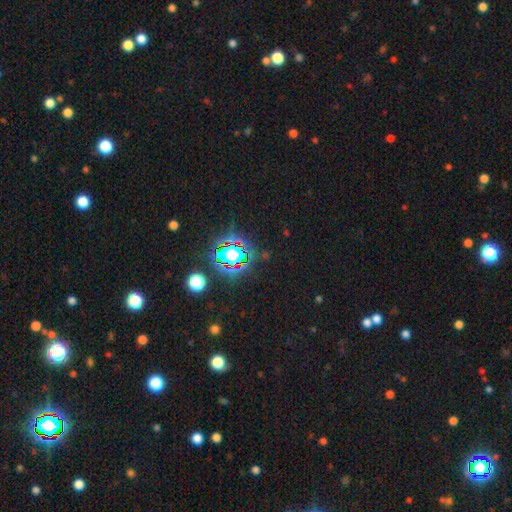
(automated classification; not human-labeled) star or artifact 82%, smooth 11%, featured or disk 7%.